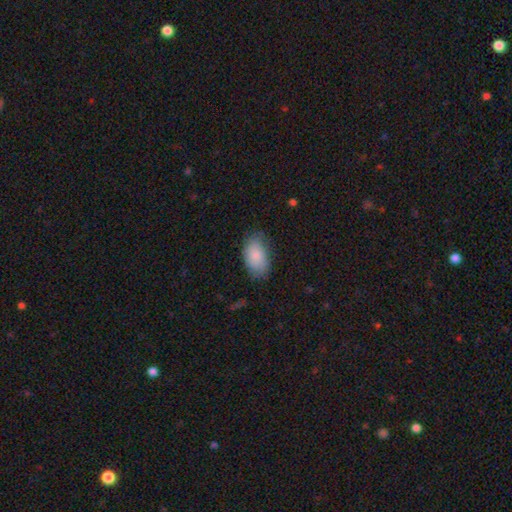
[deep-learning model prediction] Morphology: type=smooth (84%); roundness=in between (93%); merging=none (67%).